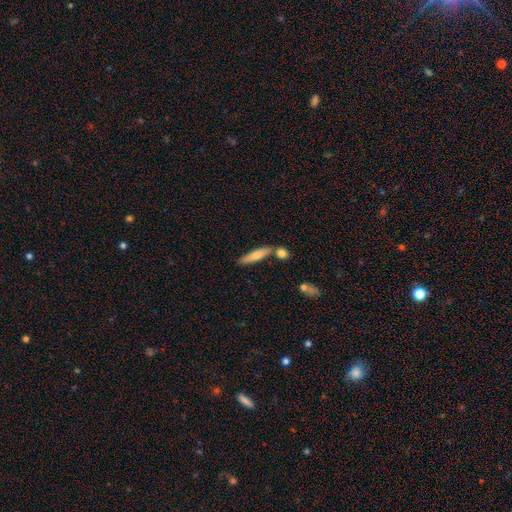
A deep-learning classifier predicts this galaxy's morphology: Smooth or featured?
  - smooth: 69% *
  - featured or disk: 26%
  - star or artifact: 6%
How rounded?
  - cigar-shaped: 81% *
  - in between: 17%
  - round: 2%
Merging?
  - none: 67% *
  - merger: 17%
  - minor disturbance: 13%
  - major disturbance: 3%